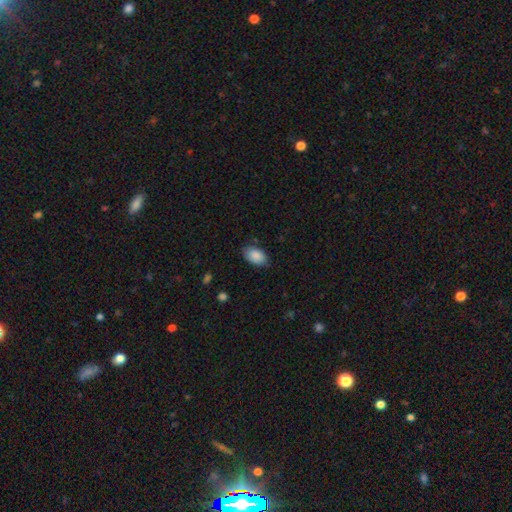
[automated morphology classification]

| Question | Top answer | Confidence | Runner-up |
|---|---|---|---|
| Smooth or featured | smooth | 88% | star or artifact (7%) |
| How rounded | in between | 91% | round (8%) |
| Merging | none | 79% | minor disturbance (16%) |